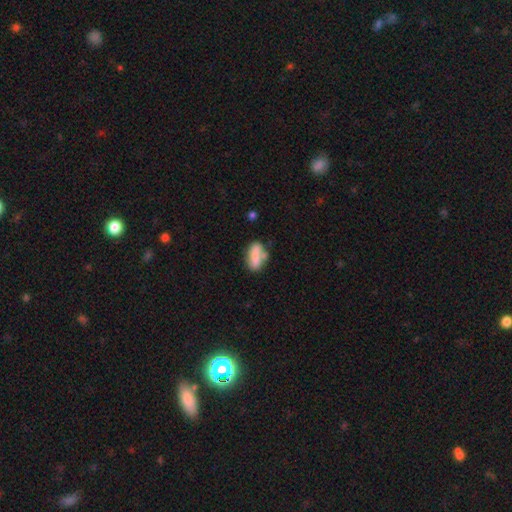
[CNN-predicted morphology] A smooth galaxy with no disk features (74%) that is in between round and cigar-shaped (76%).

Vote fractions:
- Smooth or featured? smooth: 74% / featured or disk: 18% / star or artifact: 8%
- How rounded? in between: 76% / cigar-shaped: 20% / round: 4%
- Merging? none: 51% / minor disturbance: 22% / merger: 19% / major disturbance: 8%